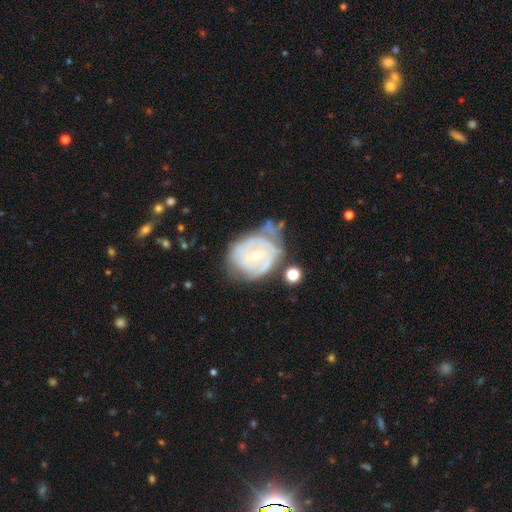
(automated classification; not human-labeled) Overall: featured or disk (76%). Edge-on disk: no (97%). Bar: no (74%). Spiral arms: yes (80%). Spiral arm count: can't tell (46%; 2 27%). Spiral winding: tight (69%). Bulge size: small (64%; moderate 32%). Merging: none (39%; minor disturbance 31%).